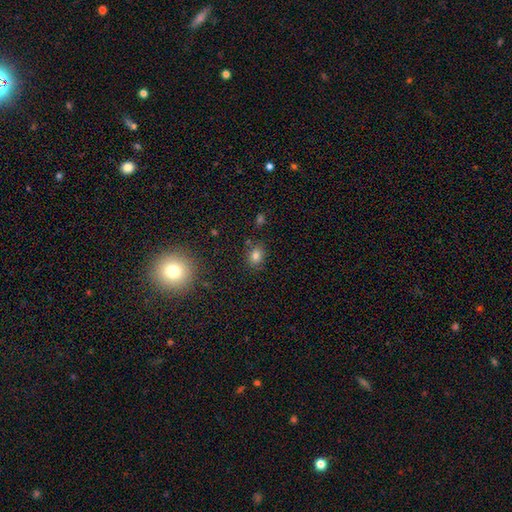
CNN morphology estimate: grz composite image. It shows a smooth galaxy with no disk features (78%) that is in between round and cigar-shaped (59%). Merging: none (80%).